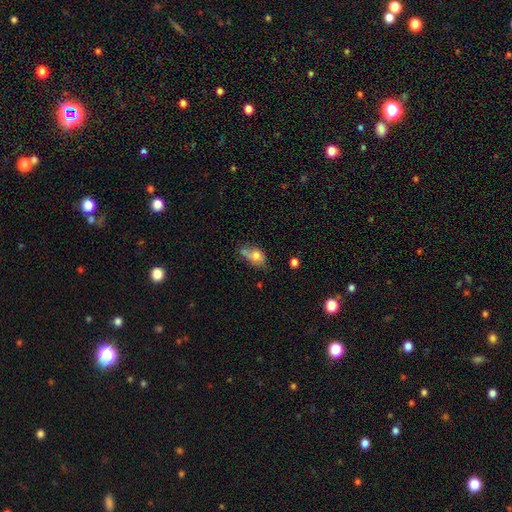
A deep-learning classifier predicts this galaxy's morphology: Q: Smooth or featured?
A: smooth (71%); runner-up: featured or disk (20%)
Q: How rounded?
A: in between (78%); runner-up: round (17%)
Q: Merging?
A: none (34%); runner-up: minor disturbance (27%)